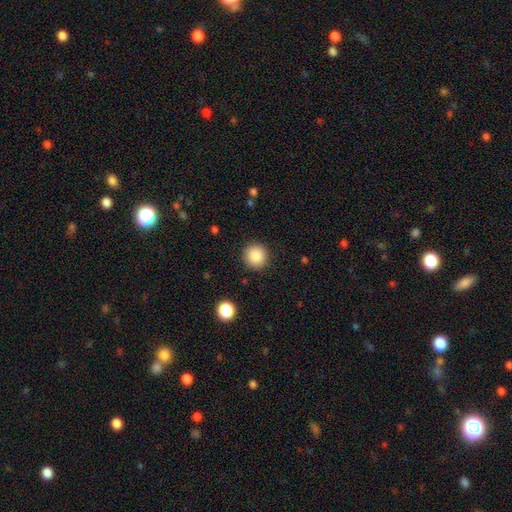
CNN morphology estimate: The model was most divided on "smooth or featured": smooth: 87%, star or artifact: 9%, featured or disk: 4%. More confident: how rounded — round (95%); merging — none (91%).